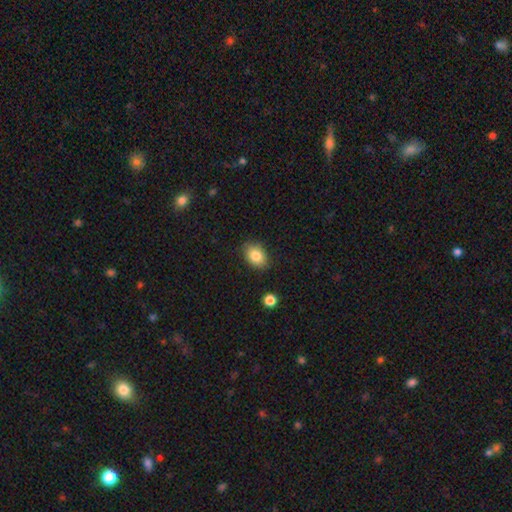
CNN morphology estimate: smooth-or-featured: smooth: 83% | star or artifact: 9% | featured or disk: 8%
  how-rounded: in between: 72% | round: 27% | cigar-shaped: 1%
  merging: none: 82% | minor disturbance: 14% | major disturbance: 3% | merger: 2%